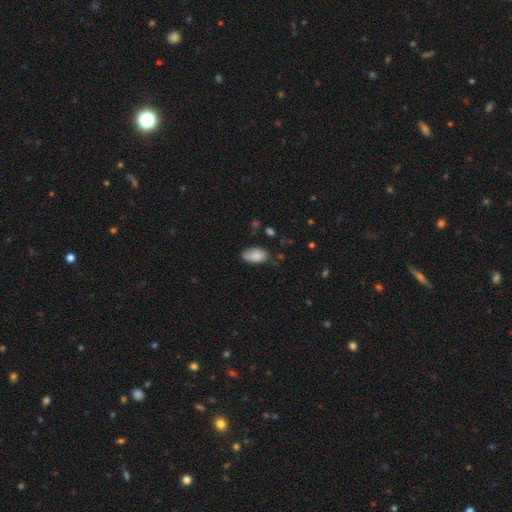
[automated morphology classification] Smooth or featured? Predicted: smooth (p=0.86). How rounded? Predicted: in between (p=0.93). Merging? Predicted: none (p=0.64).